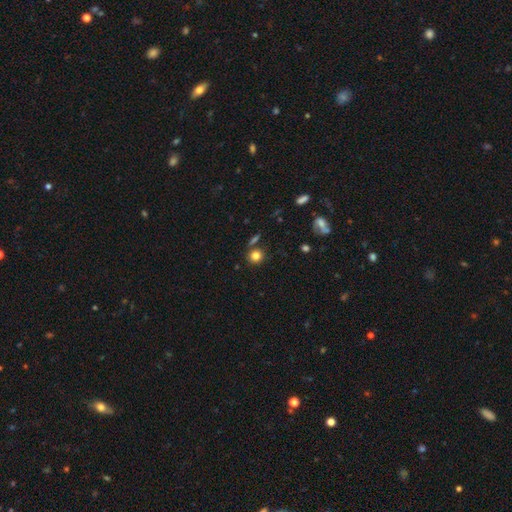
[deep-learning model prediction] The model was most divided on "merging": none: 77%, minor disturbance: 10%, merger: 9%, major disturbance: 3%. More confident: how rounded — round (86%); smooth or featured — smooth (81%).